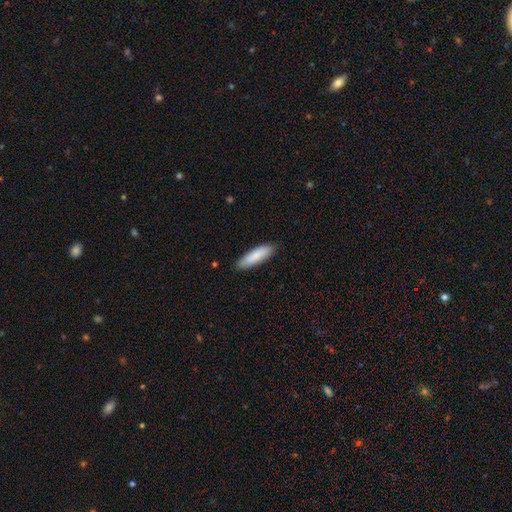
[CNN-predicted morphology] This is clearly a smooth galaxy (86%). How rounded: possibly cigar-shaped (57%). Merging: clearly none (87%).